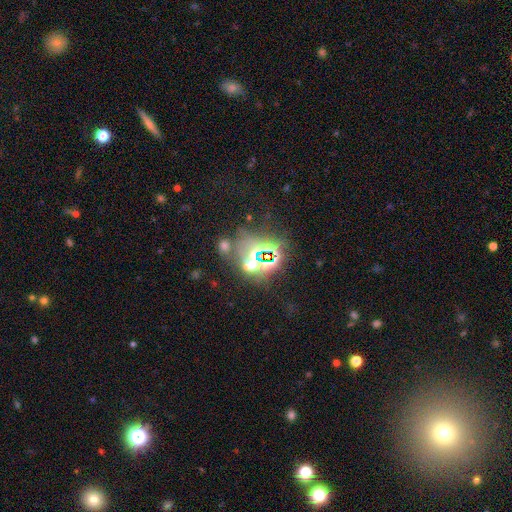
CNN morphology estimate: Q: Smooth or featured?
A: star or artifact (67%); runner-up: smooth (22%)